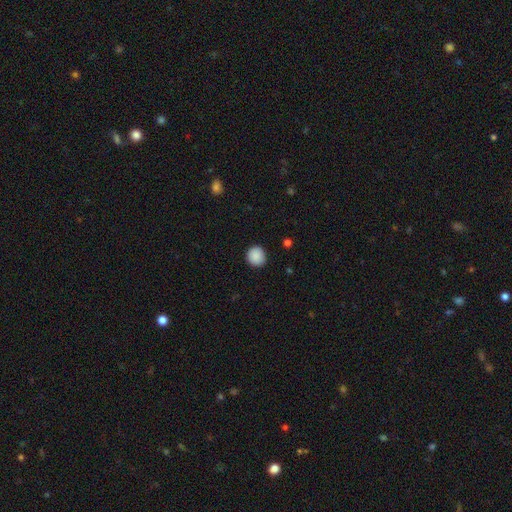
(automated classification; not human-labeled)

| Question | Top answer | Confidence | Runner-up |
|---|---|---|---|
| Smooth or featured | smooth | 89% | star or artifact (8%) |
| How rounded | round | 92% | in between (7%) |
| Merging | none | 91% | minor disturbance (6%) |